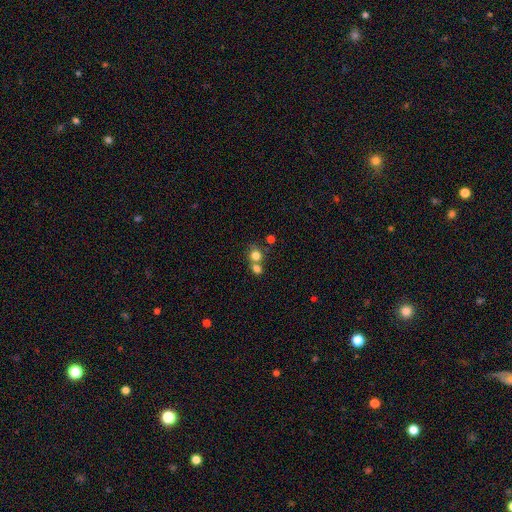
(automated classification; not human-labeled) Smooth or featured?
  - smooth: 78% *
  - star or artifact: 12%
  - featured or disk: 10%
How rounded?
  - round: 78% *
  - in between: 21%
  - cigar-shaped: 1%
Merging?
  - merger: 48% *
  - none: 41%
  - minor disturbance: 7%
  - major disturbance: 4%